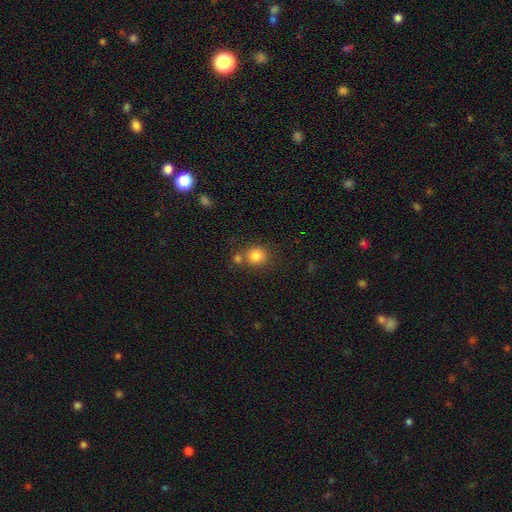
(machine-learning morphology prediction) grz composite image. It shows a smooth galaxy with no disk features (83%) that is round (85%). Merging: none (67%).